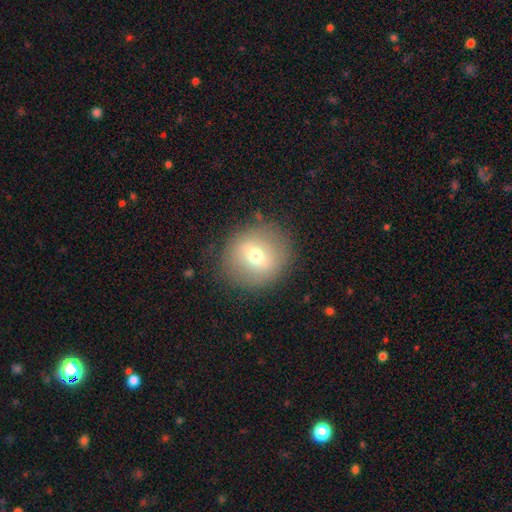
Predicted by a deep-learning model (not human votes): smooth 58%, featured or disk 32%, star or artifact 10%. Down the decision tree: how rounded — round (88%); merging — none (84%).